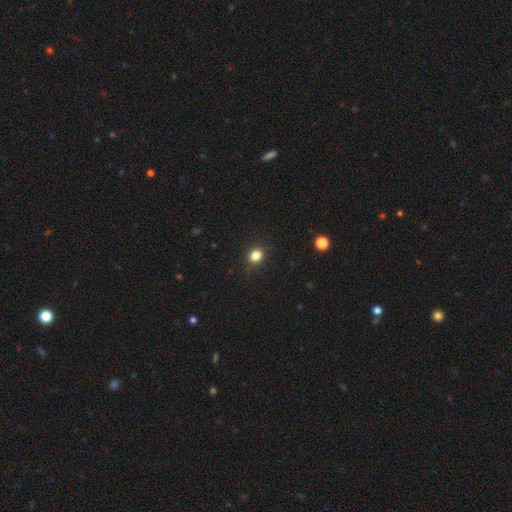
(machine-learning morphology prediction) Smooth or featured? Predicted: smooth (p=0.83). How rounded? Predicted: round (p=0.66). Merging? Predicted: none (p=0.85).